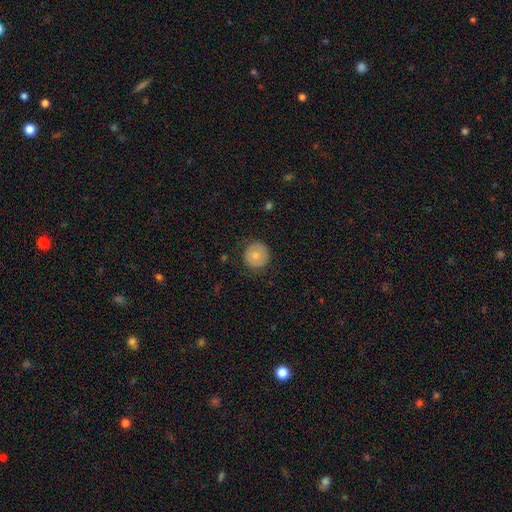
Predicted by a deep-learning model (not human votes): A smooth galaxy with no disk features (75%) that is round (94%). Merging: none (85%).